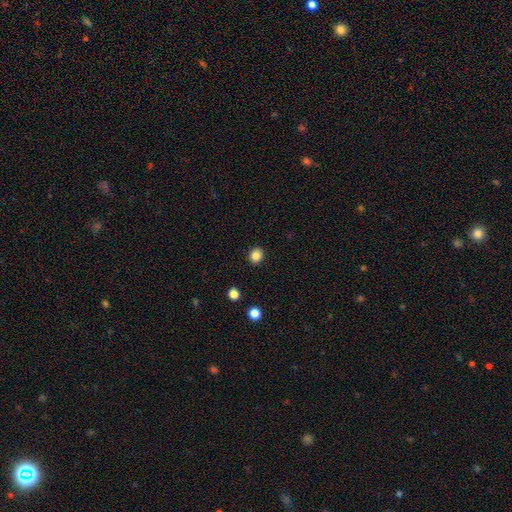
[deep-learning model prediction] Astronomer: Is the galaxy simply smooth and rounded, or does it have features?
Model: smooth — 84%.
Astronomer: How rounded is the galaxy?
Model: round — 76%.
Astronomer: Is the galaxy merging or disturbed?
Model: none — 91%.